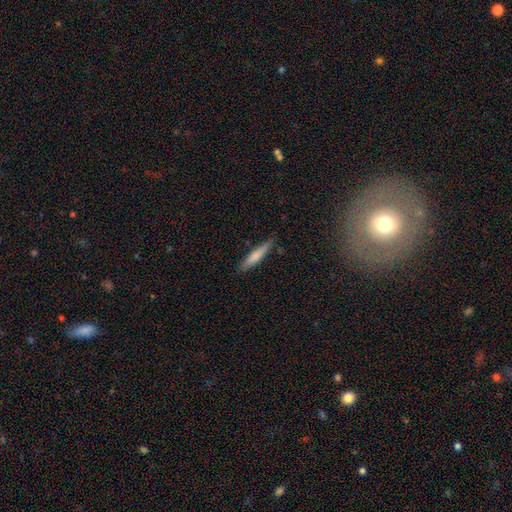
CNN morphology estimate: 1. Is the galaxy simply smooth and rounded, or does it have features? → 75% smooth, 19% featured or disk, 6% star or artifact.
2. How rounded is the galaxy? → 88% cigar-shaped, 11% in between, 1% round.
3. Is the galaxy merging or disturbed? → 82% none, 14% minor disturbance, 2% major disturbance, 2% merger.